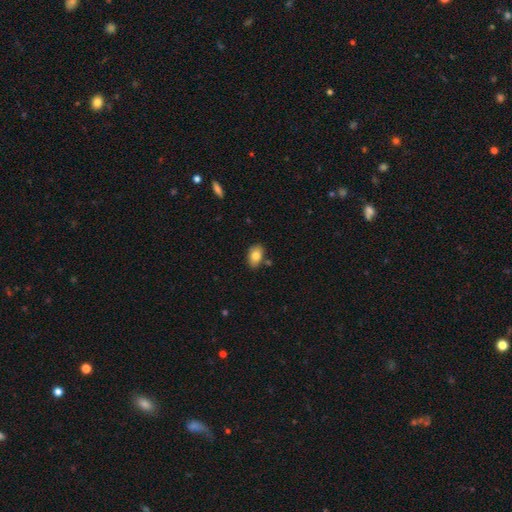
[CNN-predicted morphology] The model was most divided on "merging": none: 76%, minor disturbance: 15%, merger: 6%, major disturbance: 3%. More confident: how rounded — in between (86%); smooth or featured — smooth (81%).